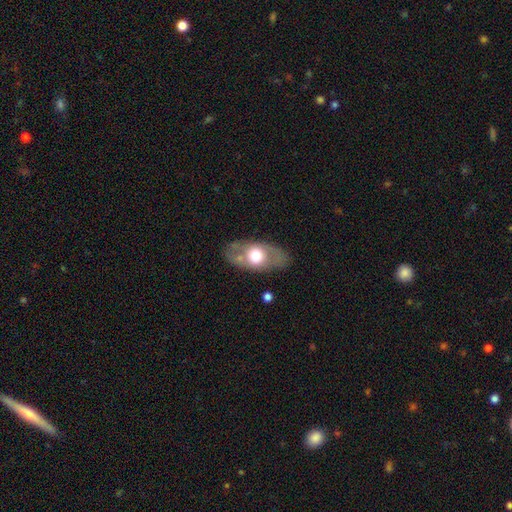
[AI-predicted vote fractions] The model was most divided on "smooth or featured": smooth: 48%, featured or disk: 46%, star or artifact: 6%. More confident: merging — none (77%).